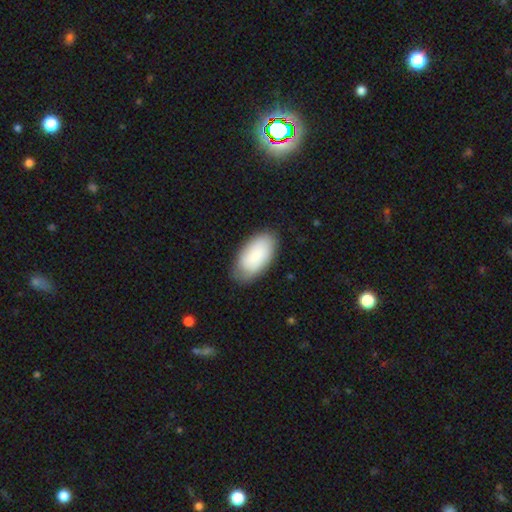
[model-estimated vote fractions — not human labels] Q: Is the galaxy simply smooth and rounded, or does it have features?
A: smooth — 81%.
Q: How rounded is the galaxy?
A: in between — 95%.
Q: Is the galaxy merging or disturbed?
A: none — 79%.